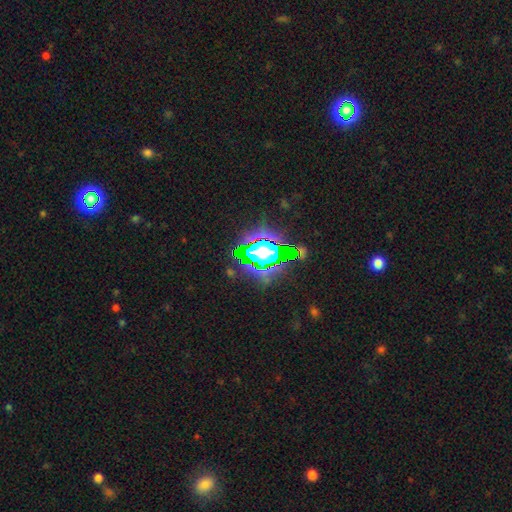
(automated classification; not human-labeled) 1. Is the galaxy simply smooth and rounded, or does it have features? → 68% star or artifact, 17% smooth, 15% featured or disk.